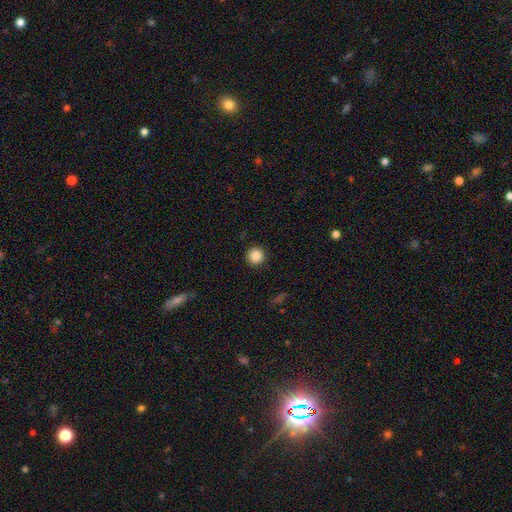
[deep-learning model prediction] Smooth or featured?
  - smooth: 87% *
  - star or artifact: 10%
  - featured or disk: 3%
How rounded?
  - round: 96% *
  - in between: 3%
  - cigar-shaped: 1%
Merging?
  - none: 92% *
  - minor disturbance: 5%
  - major disturbance: 2%
  - merger: 1%